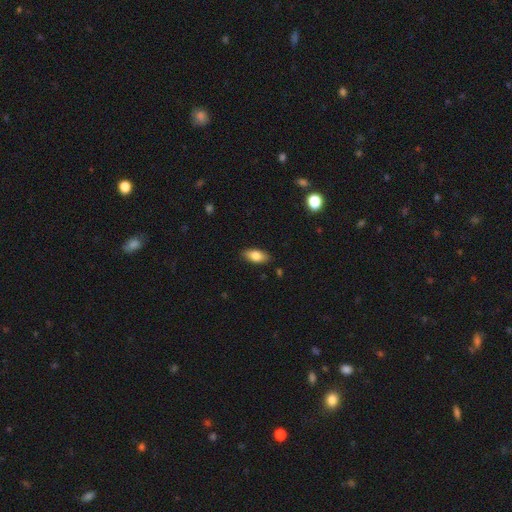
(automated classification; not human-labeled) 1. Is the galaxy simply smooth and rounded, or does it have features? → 80% smooth, 13% featured or disk, 7% star or artifact.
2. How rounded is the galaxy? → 88% in between, 8% cigar-shaped, 3% round.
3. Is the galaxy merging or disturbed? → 87% none, 10% minor disturbance, 2% major disturbance, 1% merger.